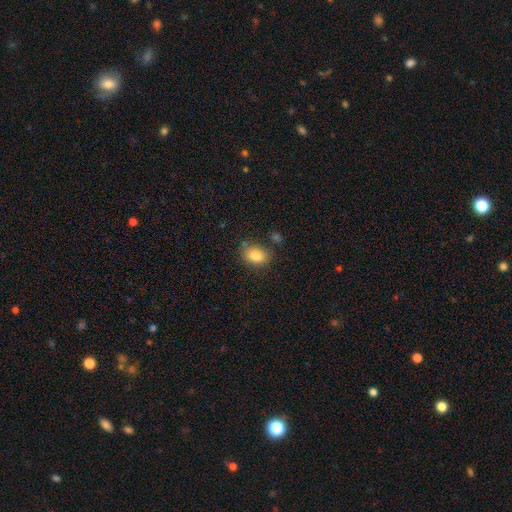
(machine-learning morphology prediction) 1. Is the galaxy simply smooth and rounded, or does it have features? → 84% smooth, 9% star or artifact, 7% featured or disk.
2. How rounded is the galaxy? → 76% in between, 23% round, 1% cigar-shaped.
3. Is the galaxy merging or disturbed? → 74% none, 16% minor disturbance, 5% merger, 4% major disturbance.